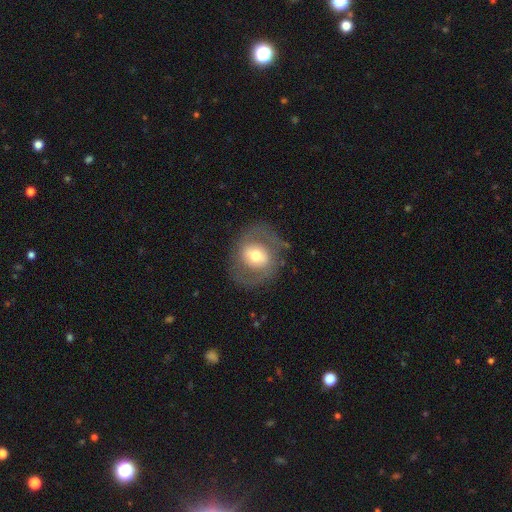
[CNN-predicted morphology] Smooth or featured: featured or disk — 54% (smooth — 39%)
Edge-on disk: no — 95% (yes — 5%)
Bar: no — 47% (weak — 35%)
Spiral arms: no — 54% (yes — 46%)
Bulge size: moderate — 65% (large — 21%)
Merging: none — 74% (minor disturbance — 14%)